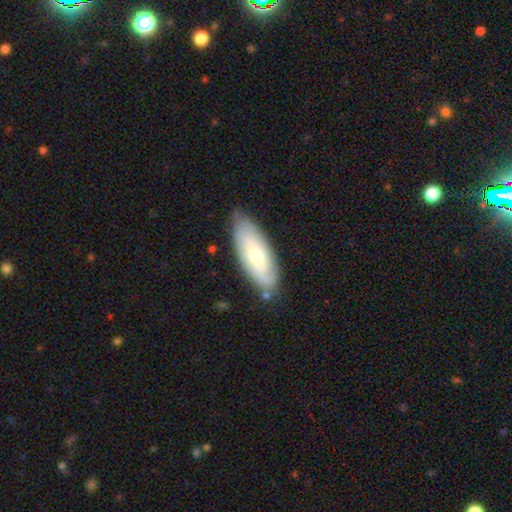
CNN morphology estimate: Overall: smooth (54%; featured or disk 40%). How rounded: in between (73%). Merging: none (74%).